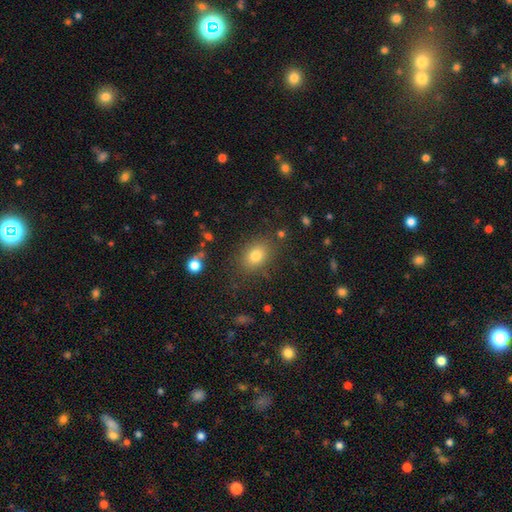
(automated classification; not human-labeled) smooth 77%, star or artifact 13%, featured or disk 9%. Down the decision tree: how rounded — in between (69%); merging — none (81%).